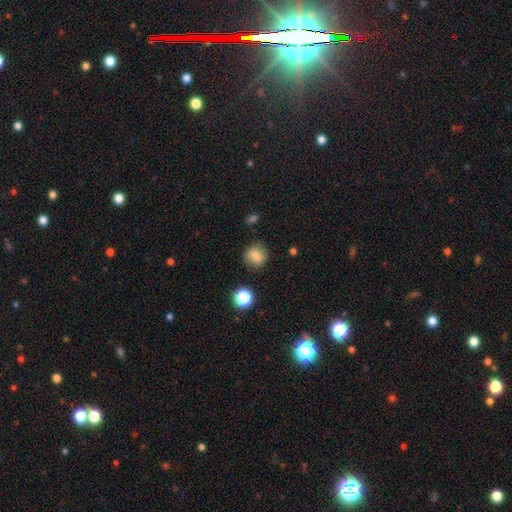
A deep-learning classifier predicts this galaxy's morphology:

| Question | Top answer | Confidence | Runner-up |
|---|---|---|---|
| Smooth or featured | smooth | 75% | featured or disk (13%) |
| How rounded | round | 84% | in between (15%) |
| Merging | none | 81% | minor disturbance (13%) |